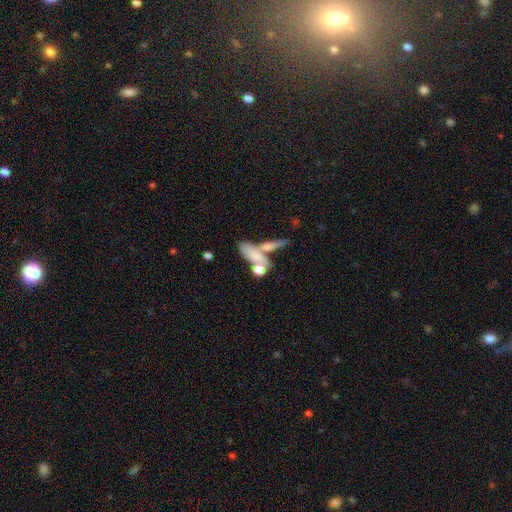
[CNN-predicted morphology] A smooth galaxy with no disk features (68%) that is in between round and cigar-shaped (60%).

Vote fractions:
- Smooth or featured? smooth: 68% / featured or disk: 23% / star or artifact: 9%
- How rounded? in between: 60% / cigar-shaped: 30% / round: 10%
- Merging? merger: 47% / none: 31% / minor disturbance: 12% / major disturbance: 10%